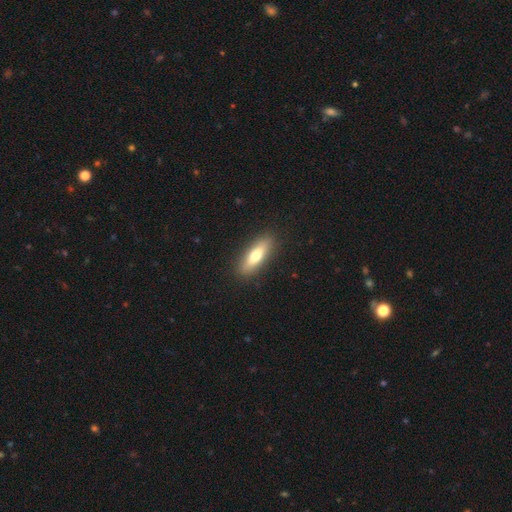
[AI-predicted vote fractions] Morphology: type=smooth (69%); roundness=cigar-shaped (49%); merging=none (89%).